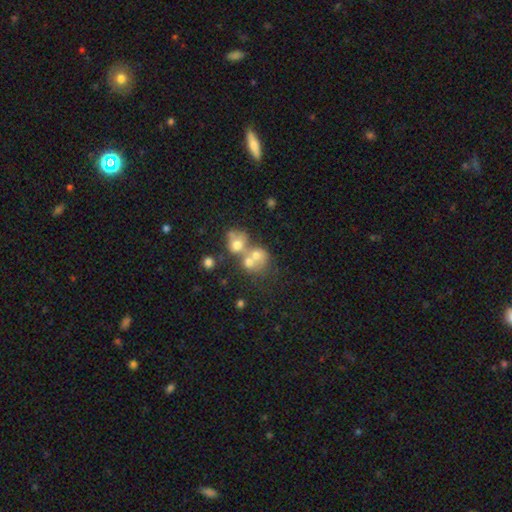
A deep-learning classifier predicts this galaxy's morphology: type=smooth (50%); merging=merger (48%).